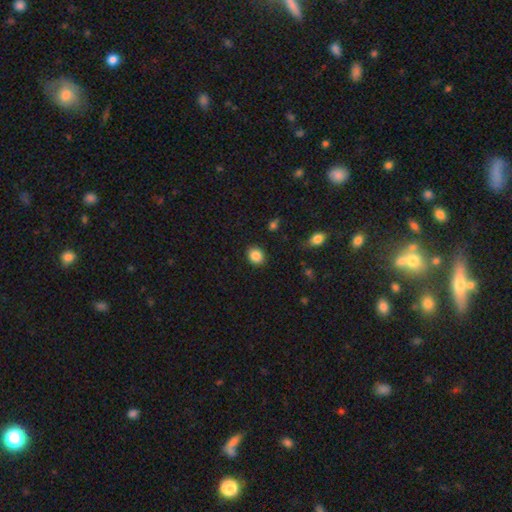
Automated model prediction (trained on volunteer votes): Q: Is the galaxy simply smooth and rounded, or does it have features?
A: smooth — 87%.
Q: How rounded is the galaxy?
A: round — 63%.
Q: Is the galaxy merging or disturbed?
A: none — 87%.